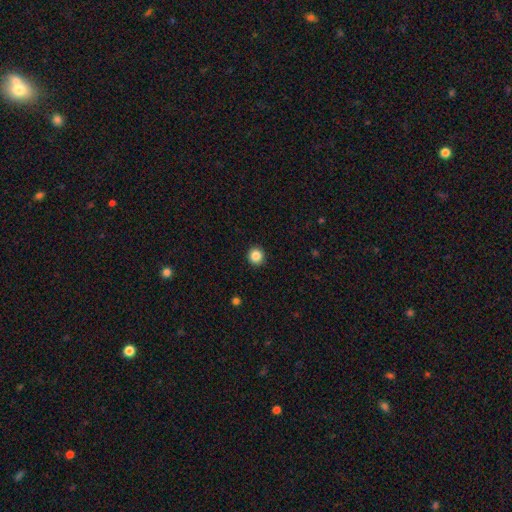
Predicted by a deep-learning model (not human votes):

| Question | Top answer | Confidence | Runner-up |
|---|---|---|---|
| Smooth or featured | smooth | 86% | star or artifact (10%) |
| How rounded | round | 93% | in between (6%) |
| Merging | none | 93% | minor disturbance (5%) |